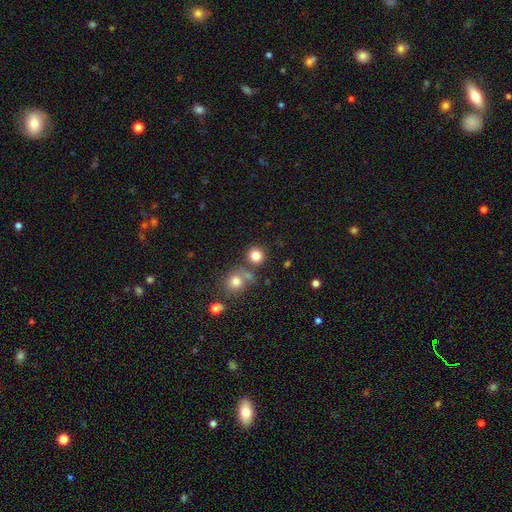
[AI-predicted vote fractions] A smooth galaxy with no disk features (80%) that is round (90%). Merging: none (73%).